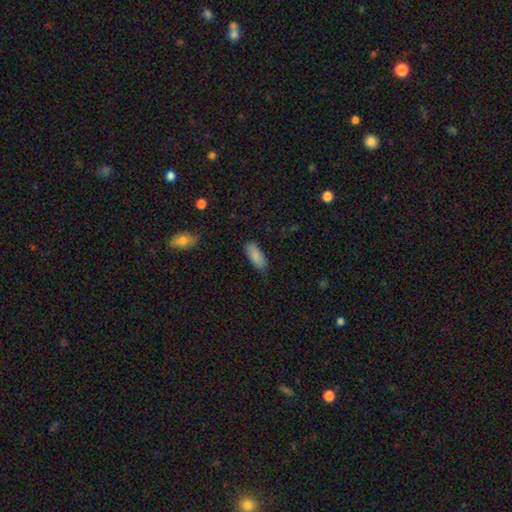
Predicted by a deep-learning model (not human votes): Q: Smooth or featured?
A: smooth (87%); runner-up: featured or disk (7%)
Q: How rounded?
A: in between (82%); runner-up: cigar-shaped (16%)
Q: Merging?
A: none (82%); runner-up: minor disturbance (14%)